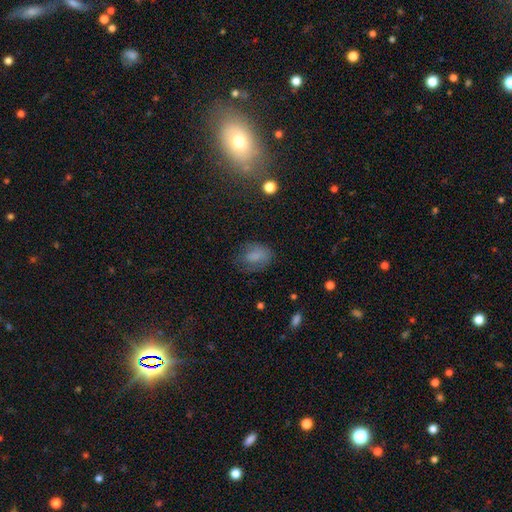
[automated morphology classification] Smooth or featured? smooth (72%)
How rounded? in between (73%)
Merging? none (59%)